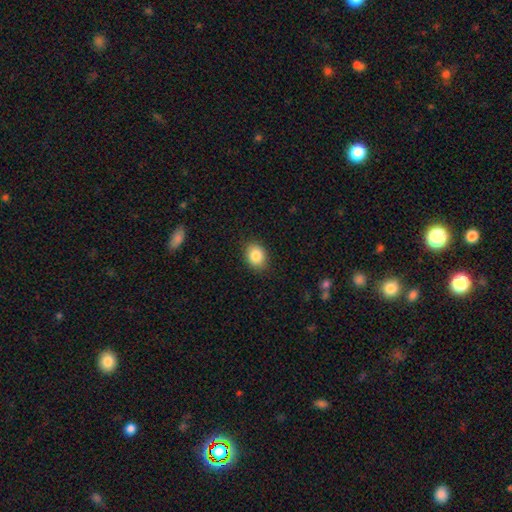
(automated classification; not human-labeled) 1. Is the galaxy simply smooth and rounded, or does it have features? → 85% smooth, 9% star or artifact, 6% featured or disk.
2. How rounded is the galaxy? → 59% in between, 40% round, 1% cigar-shaped.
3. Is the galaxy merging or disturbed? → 87% none, 9% minor disturbance, 2% major disturbance, 1% merger.